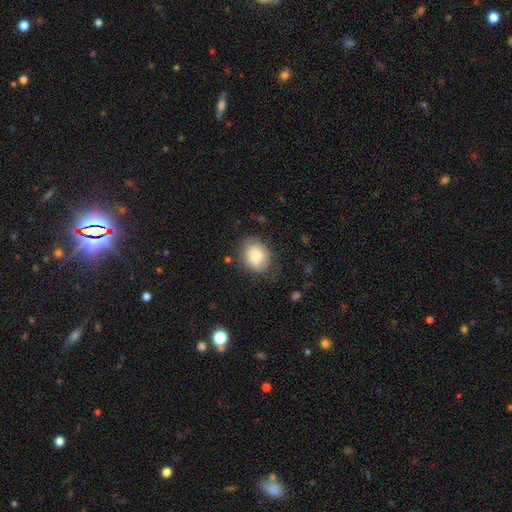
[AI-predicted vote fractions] This appears to be a smooth galaxy with no disk features (78%) that is in between round and cigar-shaped (51%). Merging: none (75%).